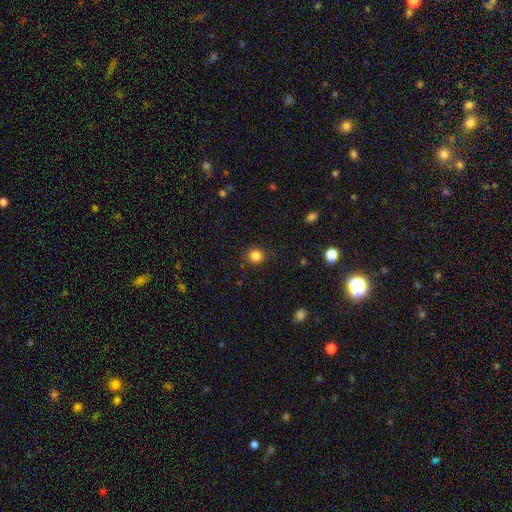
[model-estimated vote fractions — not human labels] Smooth or featured? smooth (84%)
How rounded? round (86%)
Merging? none (87%)